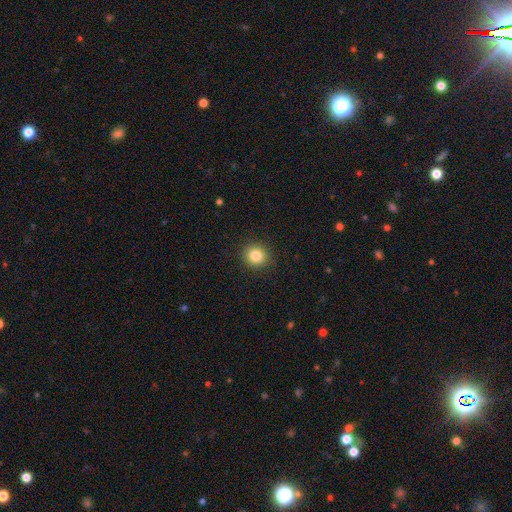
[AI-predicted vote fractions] Morphology: type=smooth (84%); roundness=round (87%); merging=none (91%).